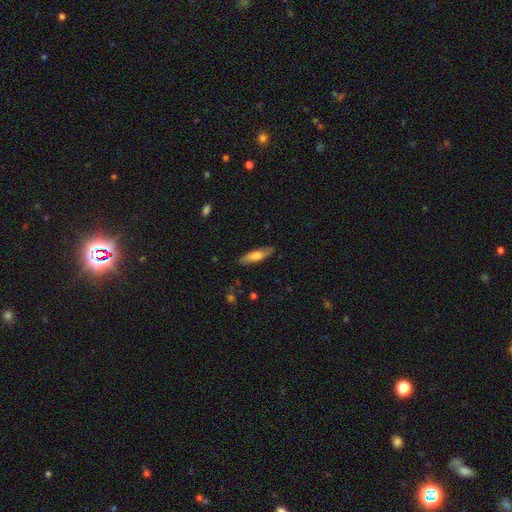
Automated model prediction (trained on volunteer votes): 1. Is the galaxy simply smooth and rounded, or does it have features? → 69% smooth, 25% featured or disk, 6% star or artifact.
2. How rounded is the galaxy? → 62% cigar-shaped, 36% in between, 2% round.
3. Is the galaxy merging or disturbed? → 83% none, 13% minor disturbance, 3% major disturbance, 1% merger.